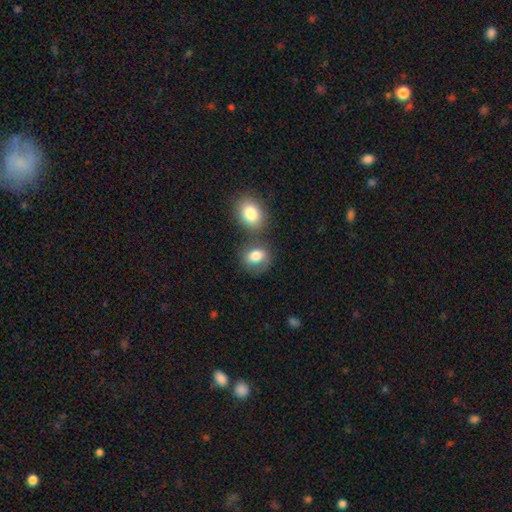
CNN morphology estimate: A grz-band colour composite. It shows a smooth galaxy with no disk features (77%) that is round (53%). Merging: none (52%).